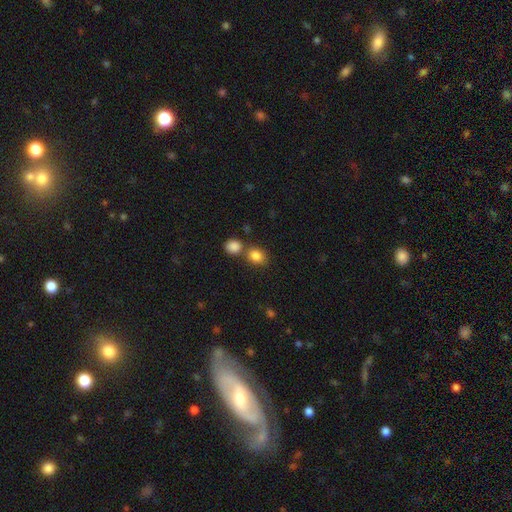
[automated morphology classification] Smooth or featured? Predicted: smooth (p=0.84). How rounded? Predicted: round (p=0.56). Merging? Predicted: none (p=0.61).